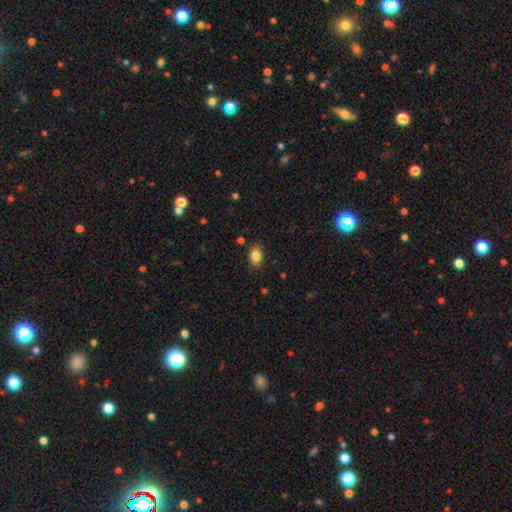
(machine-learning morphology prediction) smooth 85%, star or artifact 9%, featured or disk 6%. Down the decision tree: how rounded — in between (82%); merging — none (86%).